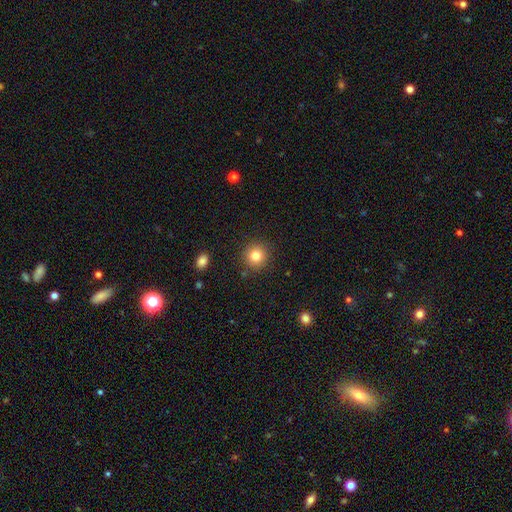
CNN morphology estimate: The model was most divided on "smooth or featured": smooth: 81%, star or artifact: 12%, featured or disk: 7%. More confident: how rounded — round (93%); merging — none (89%).